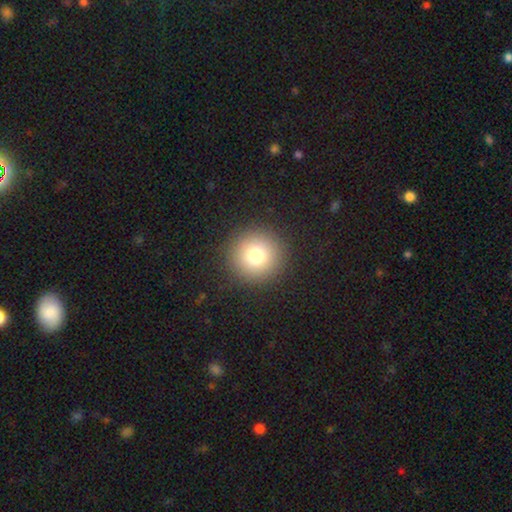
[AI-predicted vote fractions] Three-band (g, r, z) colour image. It shows a smooth galaxy with no disk features (77%) that is round (96%). Merging: none (91%).